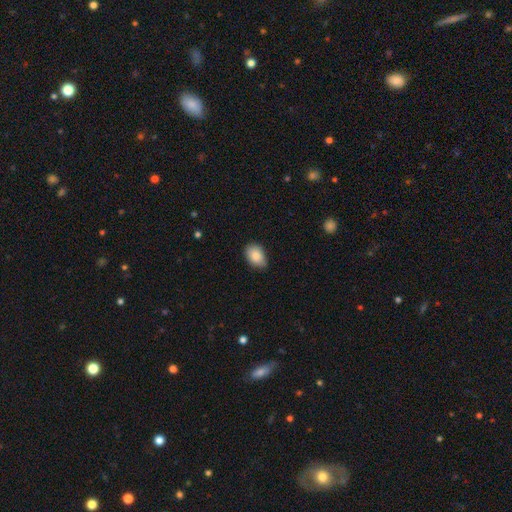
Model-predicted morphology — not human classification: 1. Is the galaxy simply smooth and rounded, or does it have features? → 86% smooth, 7% star or artifact, 7% featured or disk.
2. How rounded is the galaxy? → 85% in between, 14% round, 1% cigar-shaped.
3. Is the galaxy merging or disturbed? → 76% none, 21% minor disturbance, 3% major disturbance, 1% merger.